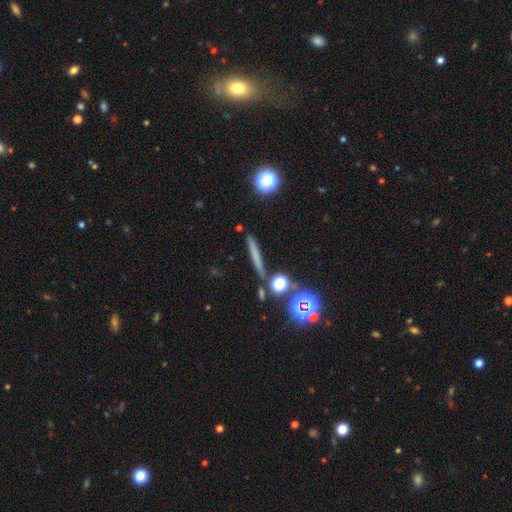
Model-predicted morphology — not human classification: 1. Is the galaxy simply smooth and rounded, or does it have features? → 60% smooth, 25% featured or disk, 15% star or artifact.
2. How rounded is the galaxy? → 87% cigar-shaped, 8% round, 5% in between.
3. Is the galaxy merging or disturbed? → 84% none, 9% minor disturbance, 5% merger, 3% major disturbance.